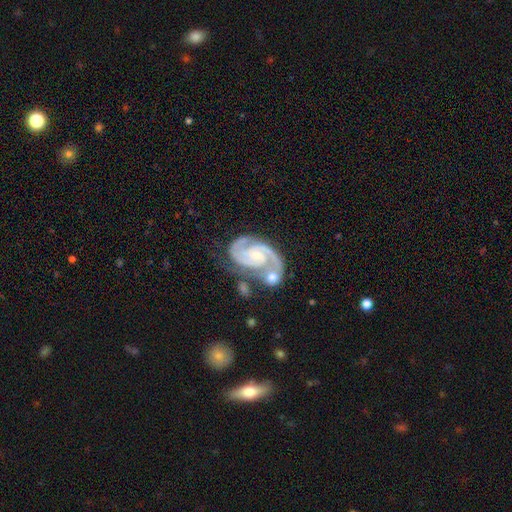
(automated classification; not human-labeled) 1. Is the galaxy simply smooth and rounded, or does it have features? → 92% featured or disk, 4% star or artifact, 3% smooth.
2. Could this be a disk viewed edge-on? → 98% no, 2% yes.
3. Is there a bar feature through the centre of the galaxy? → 55% no, 34% weak, 11% strong.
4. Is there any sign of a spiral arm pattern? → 98% yes, 2% no.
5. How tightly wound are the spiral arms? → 50% tight, 44% medium, 6% loose.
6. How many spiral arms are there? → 87% 2, 7% 3, 3% can't tell, 2% 1, 1% 4, 1% more than 4.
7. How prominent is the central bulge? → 67% small, 27% moderate, 4% none, 2% large, 1% dominant.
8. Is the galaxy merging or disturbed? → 53% none, 22% merger, 17% minor disturbance, 8% major disturbance.